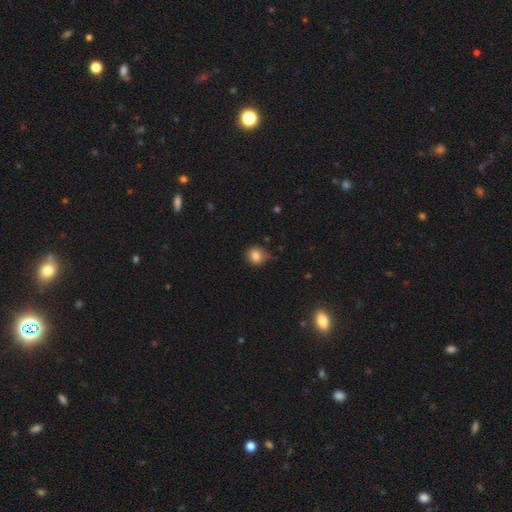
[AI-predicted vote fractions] Smooth or featured? Predicted: smooth (p=0.83). How rounded? Predicted: round (p=0.84). Merging? Predicted: none (p=0.68).